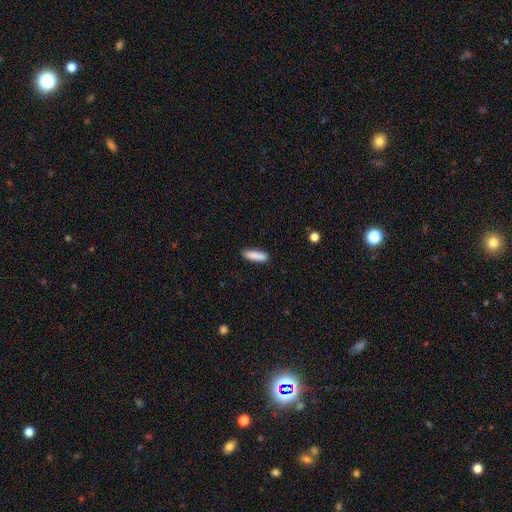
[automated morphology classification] A smooth galaxy with no disk features (86%) that is cigar-shaped (65%). Merging: none (87%).